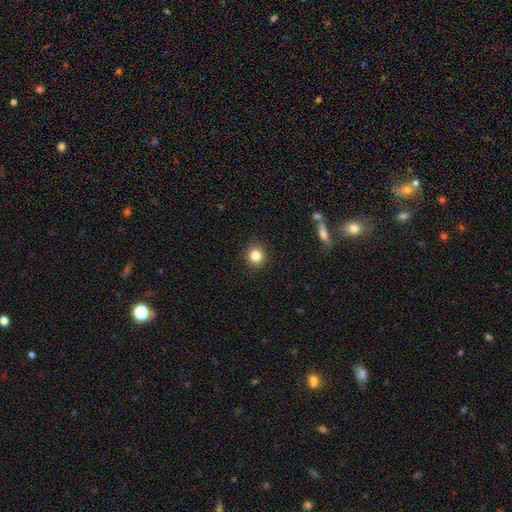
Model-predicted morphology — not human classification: A smooth galaxy with no disk features (84%) that is round (89%).

Vote fractions:
- Smooth or featured? smooth: 84% / star or artifact: 10% / featured or disk: 6%
- How rounded? round: 89% / in between: 10% / cigar-shaped: 1%
- Merging? none: 90% / minor disturbance: 7% / major disturbance: 2% / merger: 1%